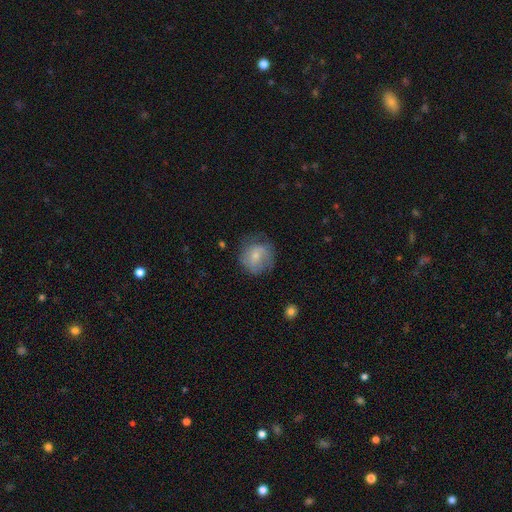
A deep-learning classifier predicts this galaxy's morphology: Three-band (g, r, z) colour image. It shows a smooth galaxy with no disk features (58%) that is round (83%). Merging: none (62%).